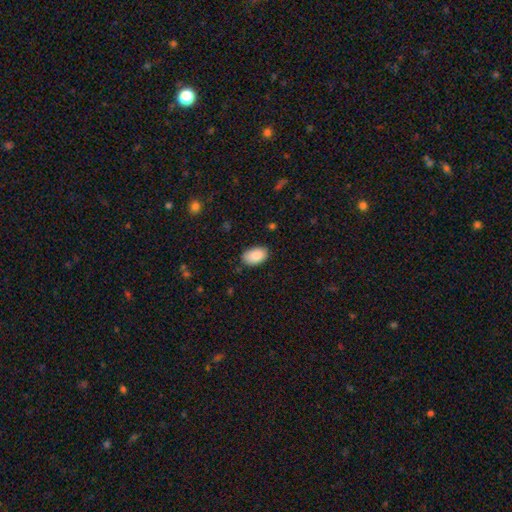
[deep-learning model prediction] smooth 89%, star or artifact 6%, featured or disk 4%. Down the decision tree: how rounded — in between (93%); merging — none (83%).